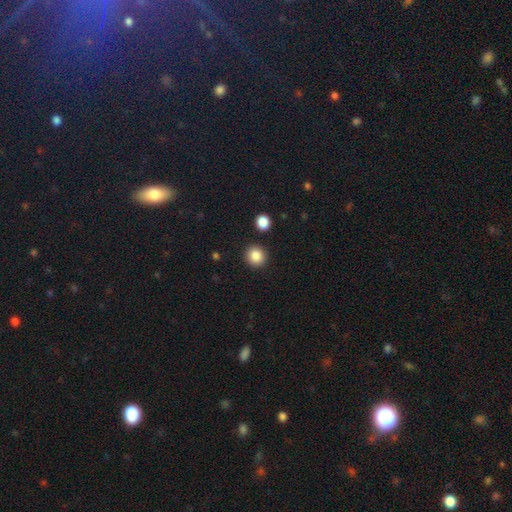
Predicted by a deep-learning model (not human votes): This is clearly a smooth galaxy (87%). How rounded: clearly round (90%). Merging: clearly none (90%).